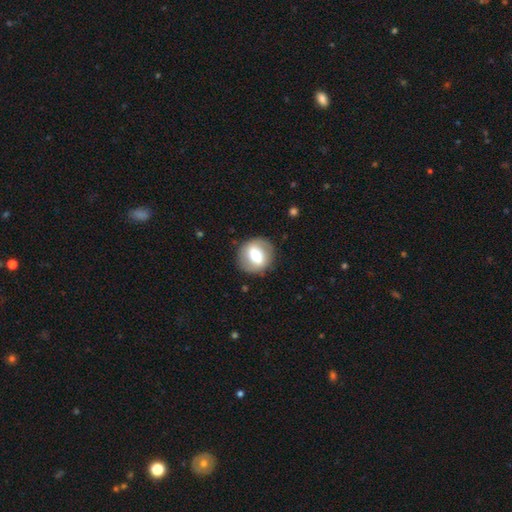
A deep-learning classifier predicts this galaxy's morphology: Smooth or featured: smooth — 48% (featured or disk — 45%)
Merging: none — 85% (minor disturbance — 10%)